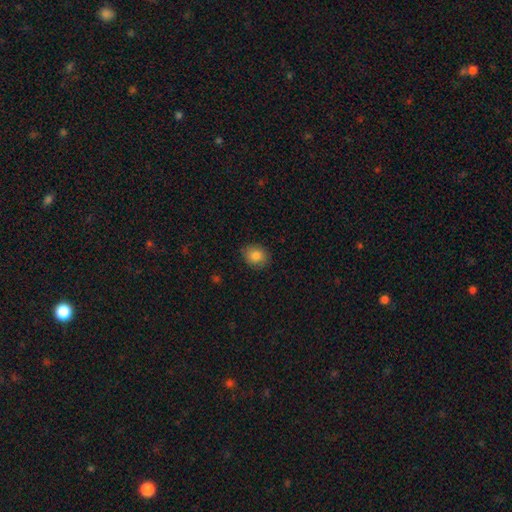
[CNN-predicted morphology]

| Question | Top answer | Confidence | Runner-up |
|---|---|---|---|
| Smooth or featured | smooth | 85% | star or artifact (9%) |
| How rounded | round | 64% | in between (35%) |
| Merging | none | 82% | minor disturbance (14%) |